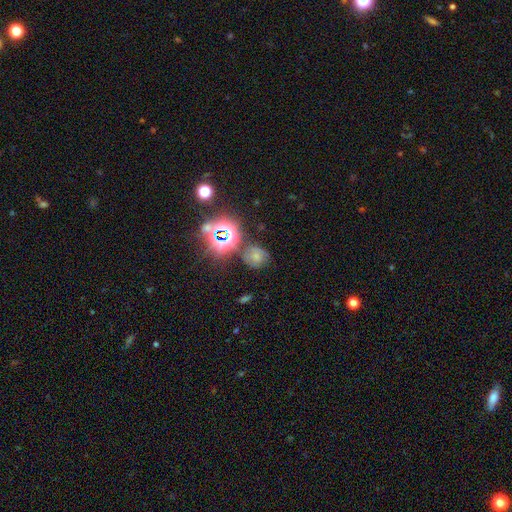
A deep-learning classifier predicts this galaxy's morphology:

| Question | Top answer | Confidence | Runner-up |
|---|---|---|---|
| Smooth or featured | smooth | 52% | star or artifact (31%) |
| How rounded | round | 79% | in between (20%) |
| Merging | none | 67% | minor disturbance (18%) |